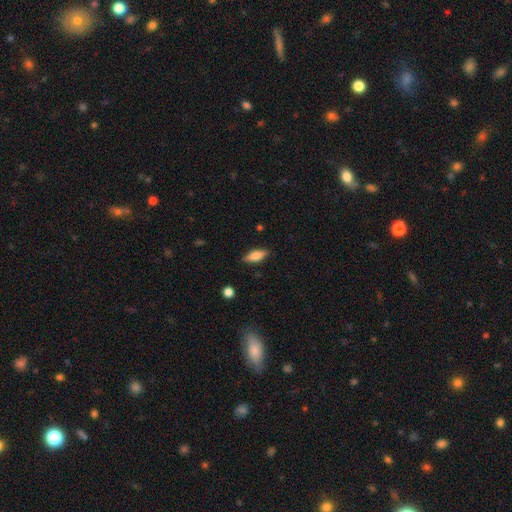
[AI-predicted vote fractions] Overall: smooth (67%). How rounded: in between (66%; cigar-shaped 31%). Merging: none (86%).